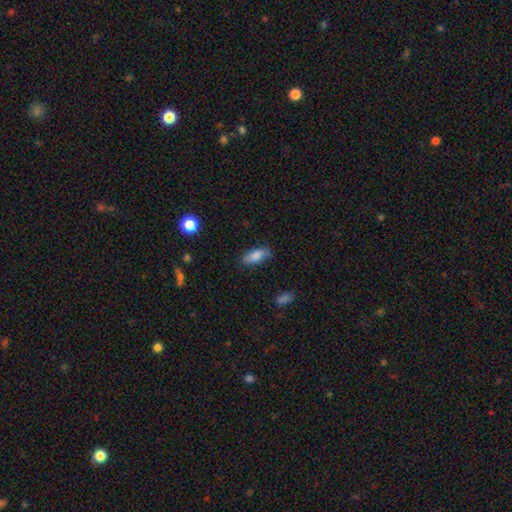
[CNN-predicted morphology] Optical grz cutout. It shows a smooth galaxy with no disk features (84%) that is in between round and cigar-shaped (81%). Merging: none (74%).